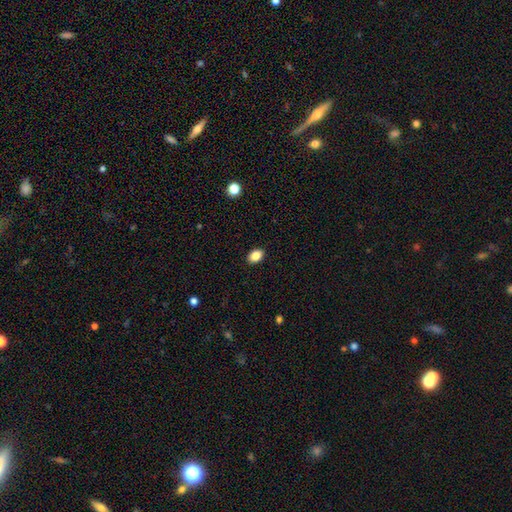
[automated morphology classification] Q: Smooth or featured?
A: smooth (86%); runner-up: star or artifact (9%)
Q: How rounded?
A: in between (79%); runner-up: round (20%)
Q: Merging?
A: none (90%); runner-up: minor disturbance (7%)